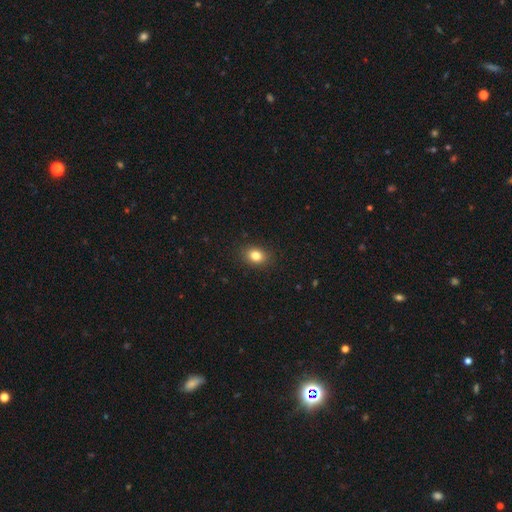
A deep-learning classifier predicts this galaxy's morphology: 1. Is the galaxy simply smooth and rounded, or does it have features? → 83% smooth, 10% star or artifact, 6% featured or disk.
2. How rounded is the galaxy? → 65% in between, 34% round, 1% cigar-shaped.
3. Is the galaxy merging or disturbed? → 89% none, 8% minor disturbance, 2% major disturbance, 1% merger.